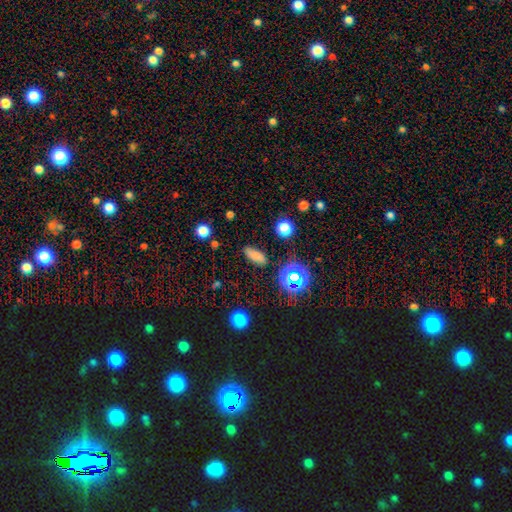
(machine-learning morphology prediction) This appears to be a smooth galaxy with no disk features (71%) that is in between round and cigar-shaped (77%). Merging: none (80%).